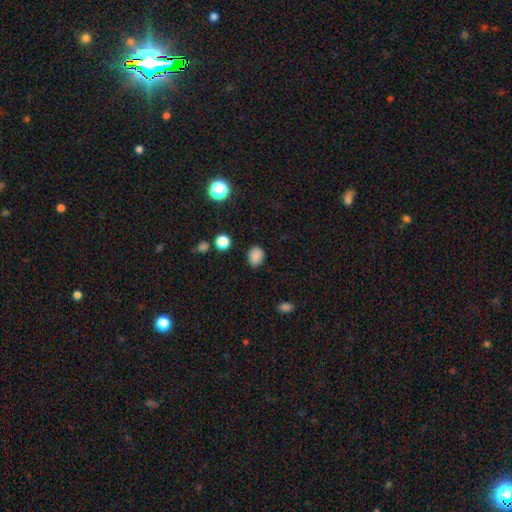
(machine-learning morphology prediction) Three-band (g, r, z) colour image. It shows a smooth galaxy with no disk features (85%) that is in between round and cigar-shaped (50%). Merging: none (83%).